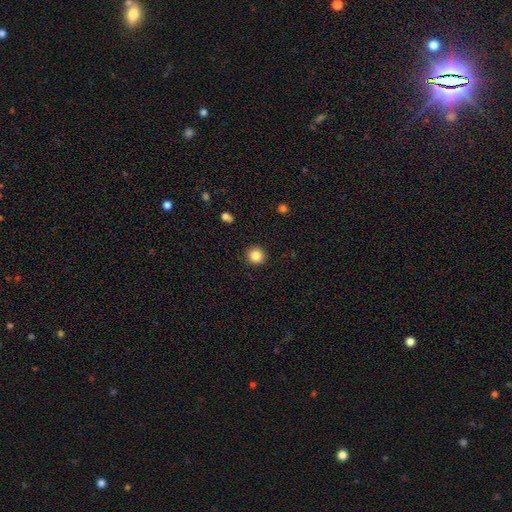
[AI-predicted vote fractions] Overall: smooth (85%). How rounded: round (94%). Merging: none (92%).